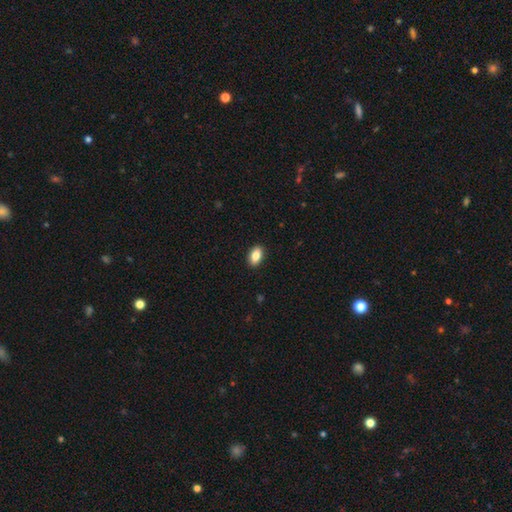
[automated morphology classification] Overall: smooth (84%). How rounded: in between (90%). Merging: none (91%).